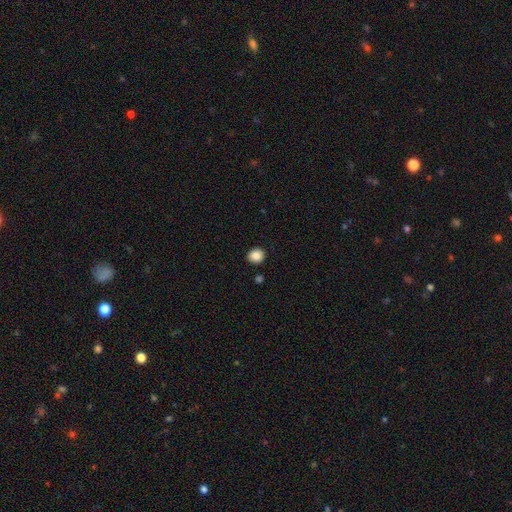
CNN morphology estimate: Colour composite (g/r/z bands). It shows a smooth galaxy with no disk features (87%) that is round (85%). Merging: none (90%).